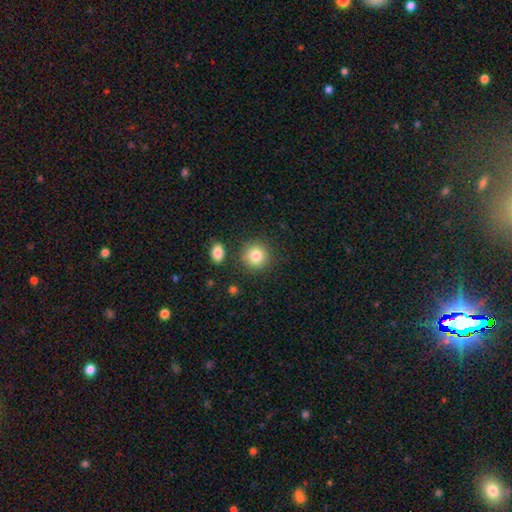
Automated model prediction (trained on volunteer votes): Smooth or featured? Predicted: smooth (p=0.84). How rounded? Predicted: round (p=0.91). Merging? Predicted: none (p=0.85).